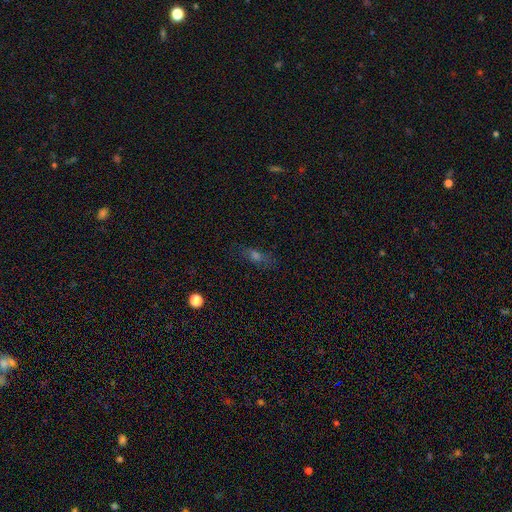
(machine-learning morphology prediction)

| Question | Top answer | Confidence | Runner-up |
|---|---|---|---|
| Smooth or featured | smooth | 48% | star or artifact (27%) |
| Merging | none | 79% | minor disturbance (14%) |